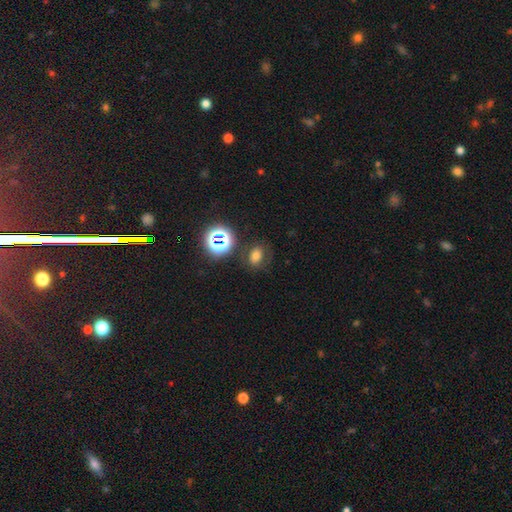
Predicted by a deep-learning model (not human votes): This is likely a smooth galaxy (63%). How rounded: likely in between (69%). Merging: likely none (71%).